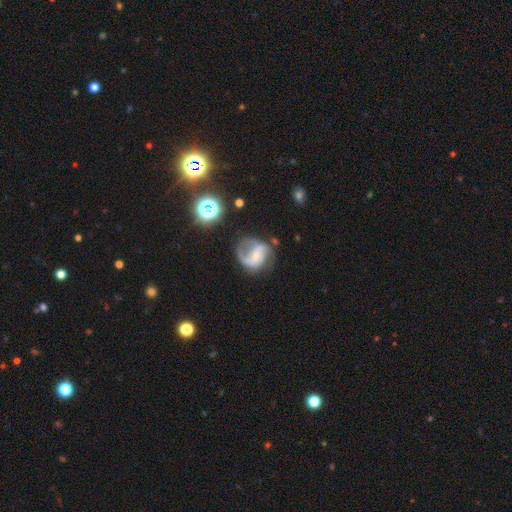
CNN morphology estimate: This is likely a featured or disk galaxy (68%). It is clearly not viewed edge-on (97%). Bar: marginally weak (43%). Spiral arm pattern: clearly yes (83%). Spiral arm count: possibly 2 (54%). Spiral winding: marginally loose (42%). Central bulge: possibly small (58%). Merging: marginally none (42%).